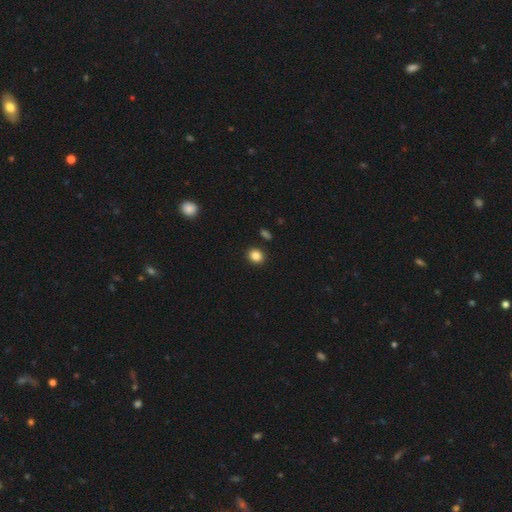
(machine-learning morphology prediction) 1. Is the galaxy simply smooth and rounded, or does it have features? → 86% smooth, 10% star or artifact, 4% featured or disk.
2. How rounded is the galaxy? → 69% round, 30% in between, 1% cigar-shaped.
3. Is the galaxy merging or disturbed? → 89% none, 7% minor disturbance, 2% merger, 2% major disturbance.